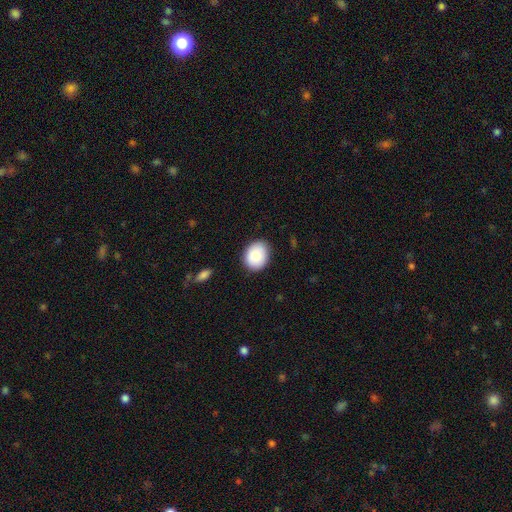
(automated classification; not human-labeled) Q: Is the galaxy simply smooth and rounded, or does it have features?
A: smooth — 85%.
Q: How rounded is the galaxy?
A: round — 52%.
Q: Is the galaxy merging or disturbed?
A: none — 86%.